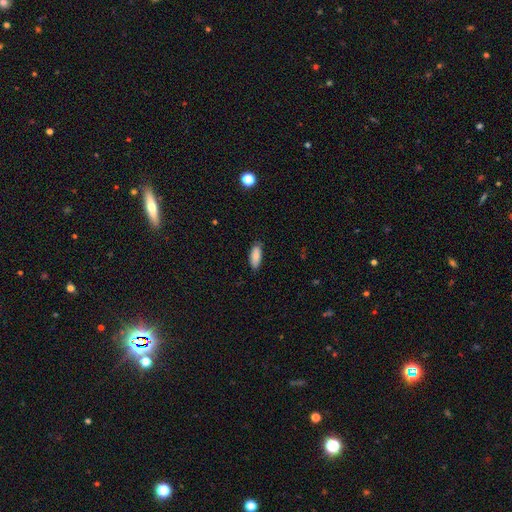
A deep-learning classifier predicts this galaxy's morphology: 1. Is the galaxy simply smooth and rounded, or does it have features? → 88% smooth, 7% star or artifact, 6% featured or disk.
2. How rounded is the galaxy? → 79% in between, 20% cigar-shaped, 2% round.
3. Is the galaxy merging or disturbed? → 83% none, 13% minor disturbance, 2% major disturbance, 1% merger.